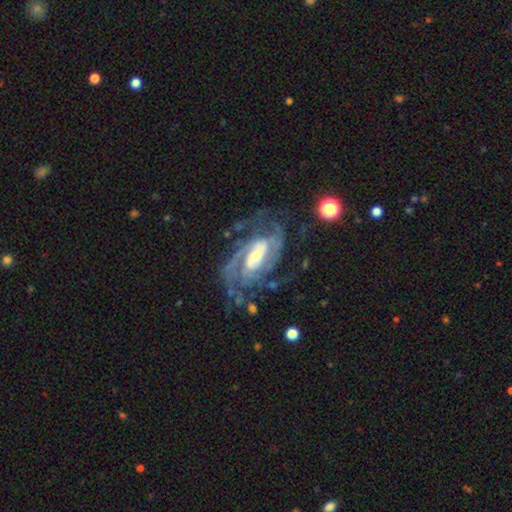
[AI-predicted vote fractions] Smooth or featured? Predicted: featured or disk (p=0.91). Edge-on disk? Predicted: no (p=0.96). Bar? Predicted: weak (p=0.41). Spiral arms? Predicted: yes (p=0.98). Spiral winding? Predicted: tight (p=0.51). Spiral arm count? Predicted: 2 (p=0.46). Bulge size? Predicted: moderate (p=0.47). Merging? Predicted: none (p=0.68).